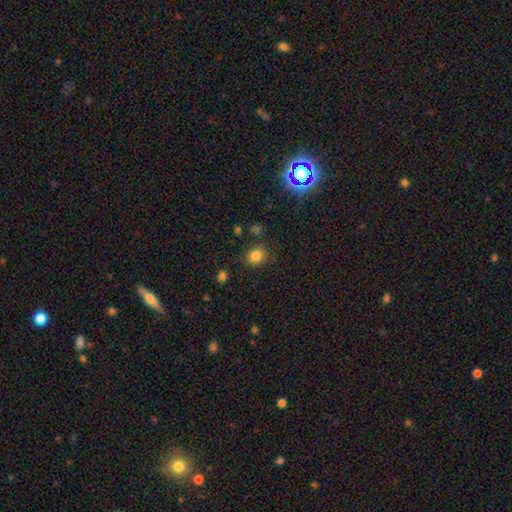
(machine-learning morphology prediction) The model was most divided on "how rounded": round: 64%, in between: 35%, cigar-shaped: 1%. More confident: merging — none (81%); smooth or featured — smooth (81%).